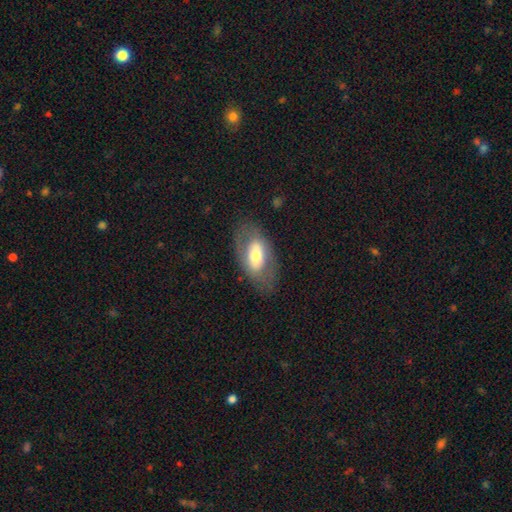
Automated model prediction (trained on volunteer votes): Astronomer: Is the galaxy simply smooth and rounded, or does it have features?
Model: smooth — 51% (runner-up: featured or disk, 43%).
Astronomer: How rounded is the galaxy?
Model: in between — 91%.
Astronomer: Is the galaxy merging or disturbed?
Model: none — 74%.